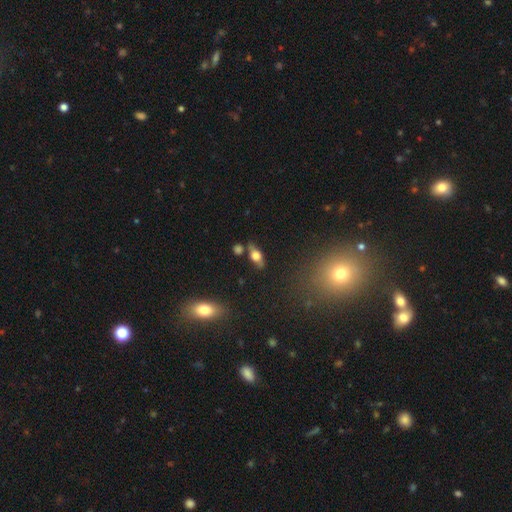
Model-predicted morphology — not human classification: Overall: smooth (58%; featured or disk 31%). How rounded: in between (75%). Merging: none (65%).